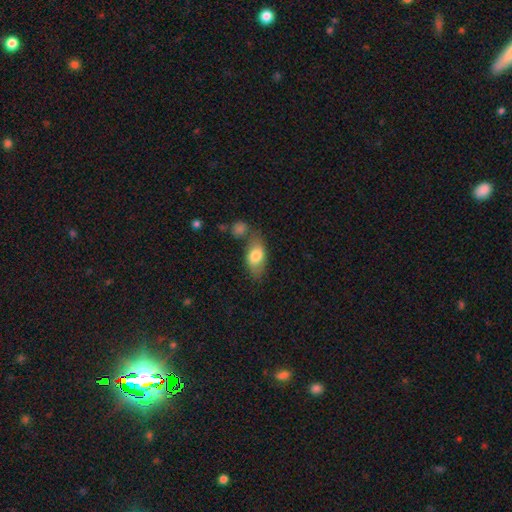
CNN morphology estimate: Smooth or featured?
  - smooth: 75% *
  - featured or disk: 19%
  - star or artifact: 6%
How rounded?
  - in between: 87% *
  - cigar-shaped: 7%
  - round: 6%
Merging?
  - none: 60% *
  - minor disturbance: 18%
  - merger: 16%
  - major disturbance: 6%